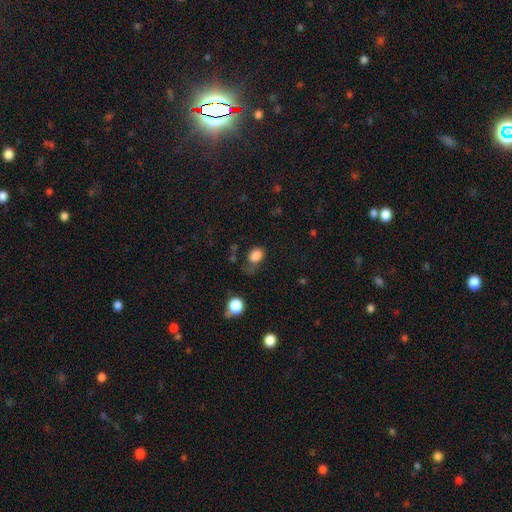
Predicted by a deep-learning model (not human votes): Q: Smooth or featured?
A: smooth (84%); runner-up: star or artifact (11%)
Q: How rounded?
A: in between (65%); runner-up: round (33%)
Q: Merging?
A: none (54%); runner-up: minor disturbance (25%)